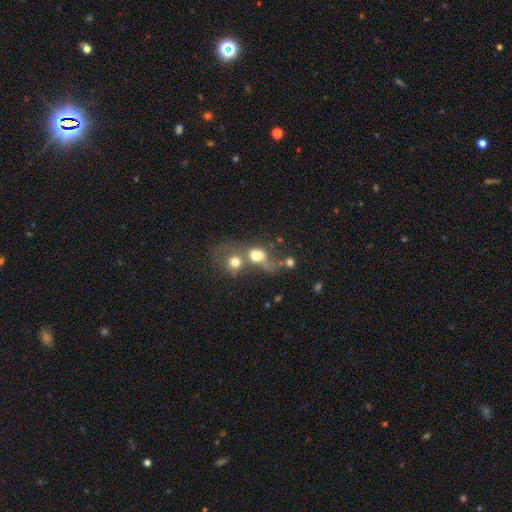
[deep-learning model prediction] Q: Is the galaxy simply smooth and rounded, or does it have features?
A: smooth — 67%.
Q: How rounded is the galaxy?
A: round — 55%.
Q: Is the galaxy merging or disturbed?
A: merger — 61%.